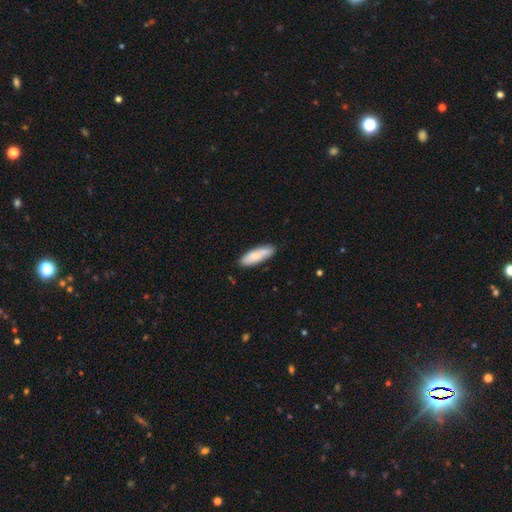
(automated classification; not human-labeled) Smooth or featured? Predicted: smooth (p=0.78). How rounded? Predicted: in between (p=0.55). Merging? Predicted: none (p=0.77).